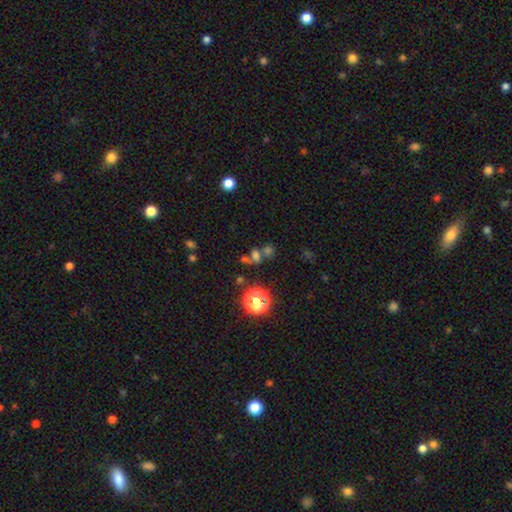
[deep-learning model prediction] Smooth or featured: smooth — 56% (star or artifact — 33%)
How rounded: round — 52% (in between — 44%)
Merging: none — 46% (merger — 36%)